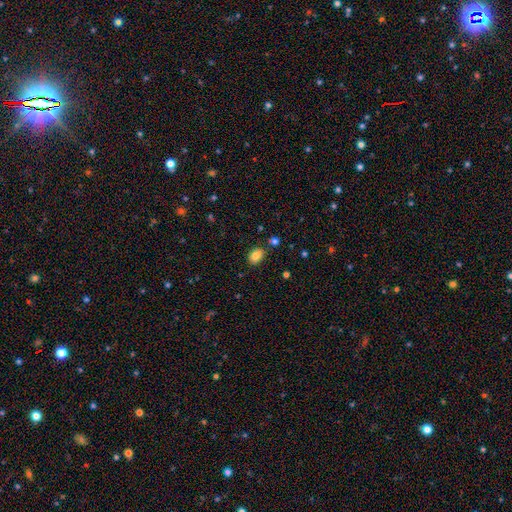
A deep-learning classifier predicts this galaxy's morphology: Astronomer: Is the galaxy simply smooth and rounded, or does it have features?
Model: smooth — 83%.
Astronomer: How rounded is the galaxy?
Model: in between — 78%.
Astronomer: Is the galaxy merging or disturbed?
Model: none — 78%.